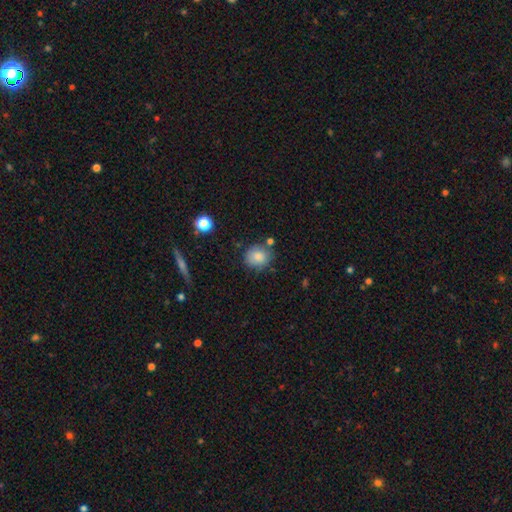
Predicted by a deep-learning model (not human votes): Smooth or featured? smooth (83%)
How rounded? round (76%)
Merging? none (73%)